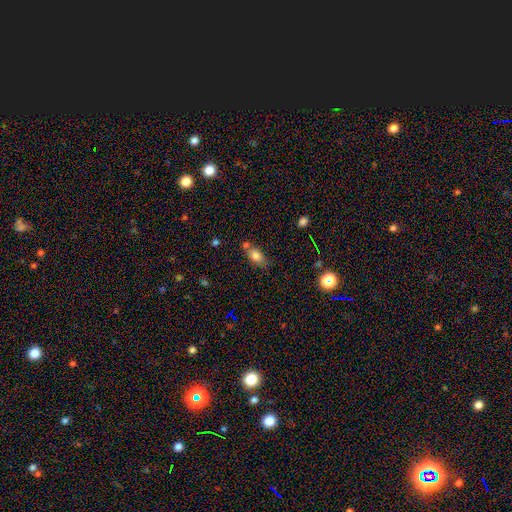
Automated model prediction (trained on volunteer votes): smooth 78%, featured or disk 13%, star or artifact 10%. Down the decision tree: how rounded — in between (81%); merging — none (58%).